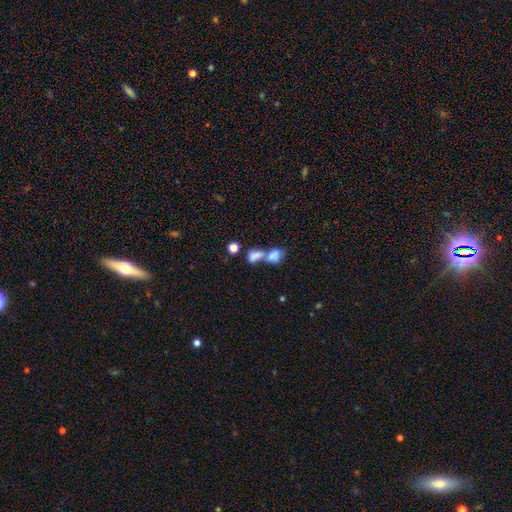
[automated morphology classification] Smooth or featured? Predicted: smooth (p=0.77). How rounded? Predicted: in between (p=0.72). Merging? Predicted: merger (p=0.74).